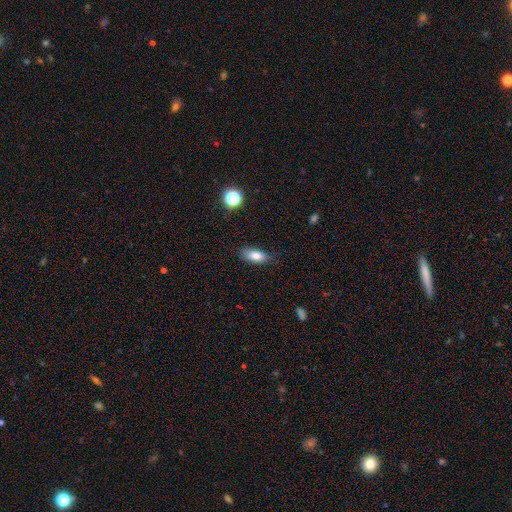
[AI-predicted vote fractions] This is clearly a smooth galaxy (82%). How rounded: clearly in between (83%). Merging: likely none (77%).